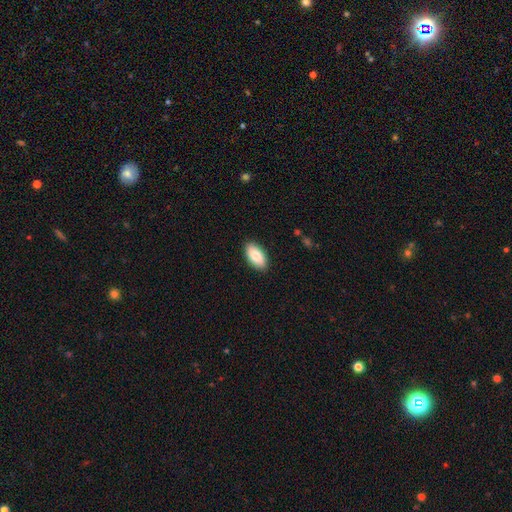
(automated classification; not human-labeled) Q: Smooth or featured?
A: smooth (83%); runner-up: featured or disk (11%)
Q: How rounded?
A: in between (94%); runner-up: cigar-shaped (3%)
Q: Merging?
A: none (89%); runner-up: minor disturbance (8%)